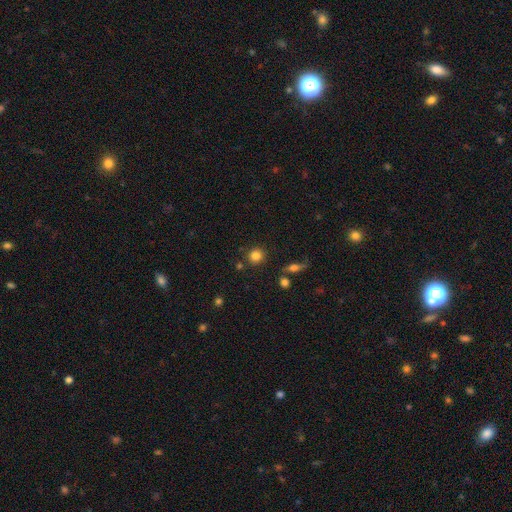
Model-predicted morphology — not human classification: This appears to be a smooth galaxy with no disk features (83%) that is round (91%). Merging: none (84%).